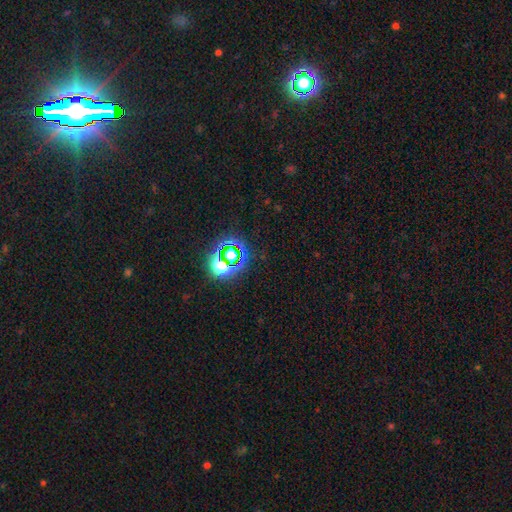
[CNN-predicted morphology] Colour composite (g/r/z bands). It shows a star or artifact, not a galaxy (72%).